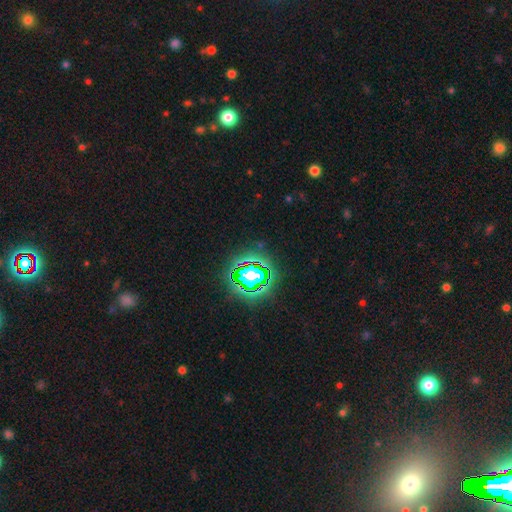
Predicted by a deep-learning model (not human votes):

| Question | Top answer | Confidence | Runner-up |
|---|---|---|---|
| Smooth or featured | star or artifact | 81% | smooth (12%) |